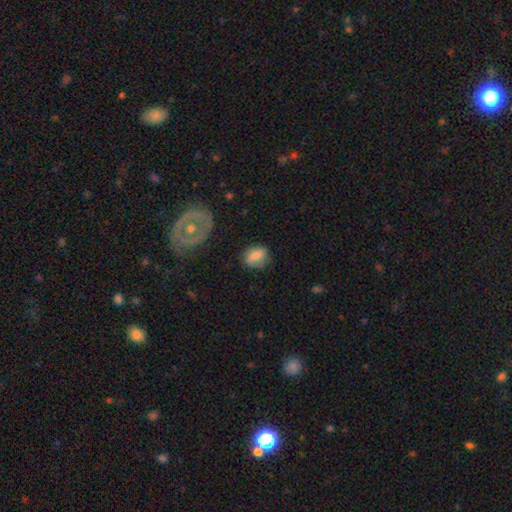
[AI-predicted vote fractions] Smooth or featured? Predicted: smooth (p=0.73). How rounded? Predicted: in between (p=0.67). Merging? Predicted: none (p=0.72).